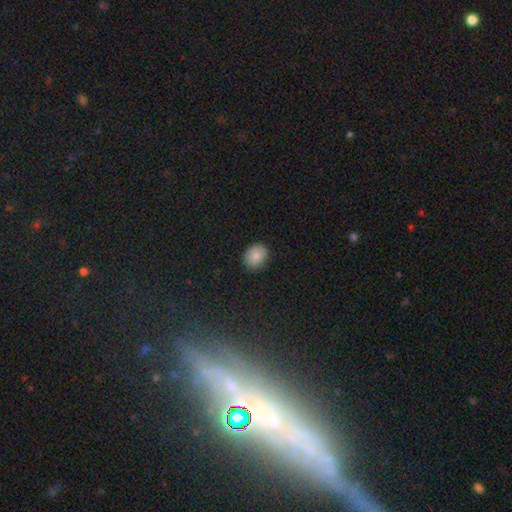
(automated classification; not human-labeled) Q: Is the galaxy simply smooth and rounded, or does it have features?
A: smooth — 87%.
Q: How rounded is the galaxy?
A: in between — 52%.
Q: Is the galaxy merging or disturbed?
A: none — 86%.